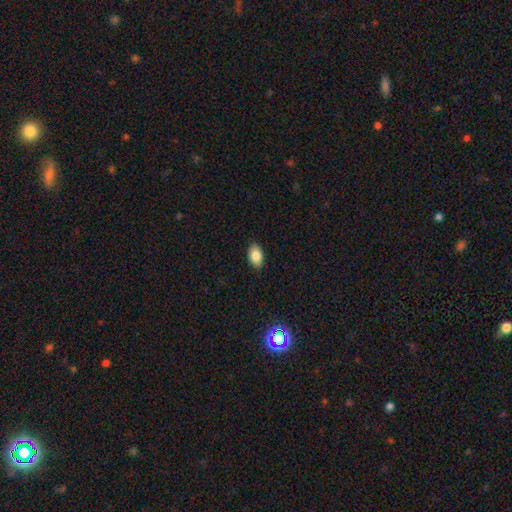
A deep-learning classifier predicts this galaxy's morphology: Overall: smooth (84%). How rounded: in between (90%). Merging: none (89%).